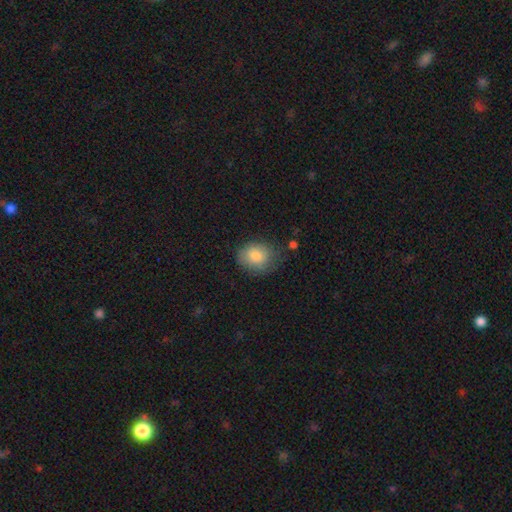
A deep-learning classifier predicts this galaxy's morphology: Q: Smooth or featured?
A: smooth (84%); runner-up: featured or disk (9%)
Q: How rounded?
A: round (55%); runner-up: in between (44%)
Q: Merging?
A: none (68%); runner-up: minor disturbance (23%)